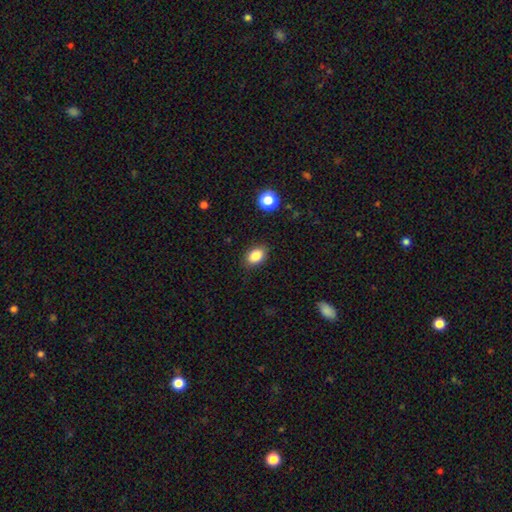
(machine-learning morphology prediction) smooth-or-featured: smooth: 86% | star or artifact: 9% | featured or disk: 5%
  how-rounded: in between: 77% | round: 22% | cigar-shaped: 1%
  merging: none: 86% | minor disturbance: 10% | major disturbance: 3% | merger: 1%